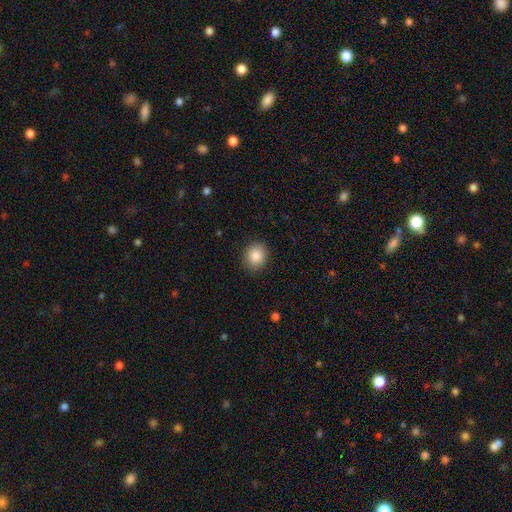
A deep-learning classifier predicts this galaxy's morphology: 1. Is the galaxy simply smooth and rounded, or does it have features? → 87% smooth, 8% star or artifact, 4% featured or disk.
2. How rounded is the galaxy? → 69% round, 30% in between, 1% cigar-shaped.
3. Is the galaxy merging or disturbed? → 89% none, 8% minor disturbance, 2% major disturbance, 1% merger.